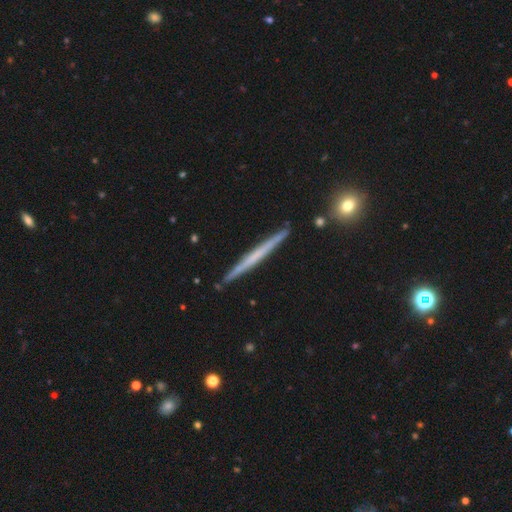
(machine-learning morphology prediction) This appears to be a featured or disk galaxy (59%) viewed edge-on (98%) with no central bulge (88%). Merging: none (90%).